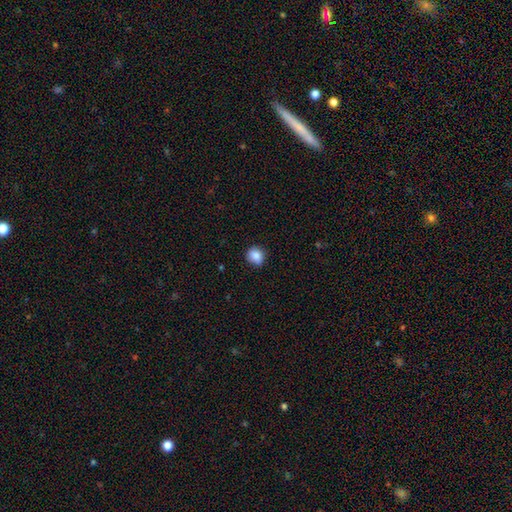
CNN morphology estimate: type=smooth (86%); roundness=round (77%); merging=none (79%).